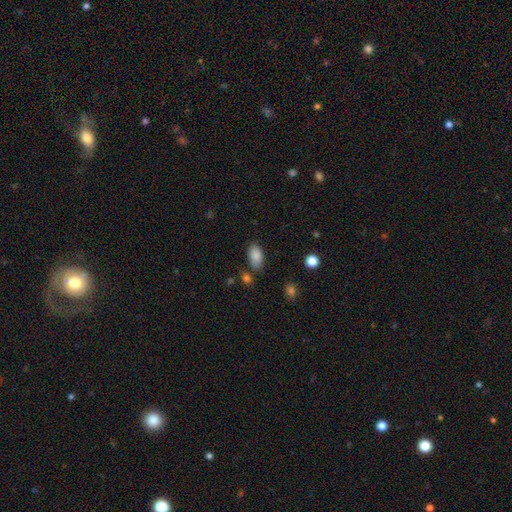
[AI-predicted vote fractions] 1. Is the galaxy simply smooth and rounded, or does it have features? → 85% smooth, 8% star or artifact, 7% featured or disk.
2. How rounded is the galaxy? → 93% in between, 5% round, 2% cigar-shaped.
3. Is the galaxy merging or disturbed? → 79% none, 13% minor disturbance, 5% merger, 3% major disturbance.